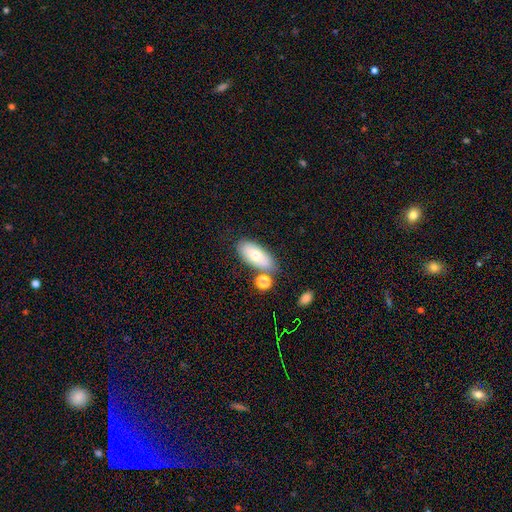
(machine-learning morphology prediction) The model was most divided on "smooth or featured": smooth: 72%, featured or disk: 20%, star or artifact: 7%. More confident: how rounded — in between (86%); merging — none (70%).